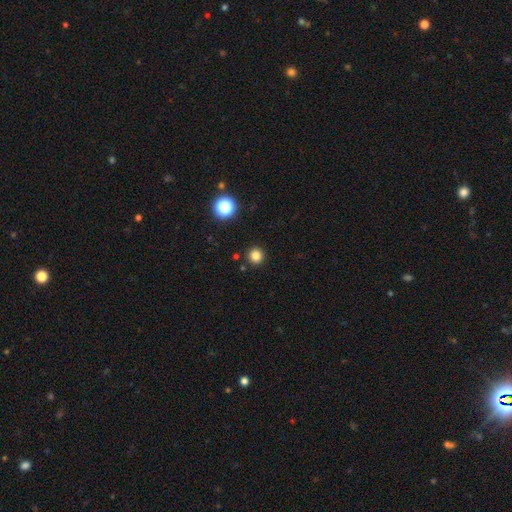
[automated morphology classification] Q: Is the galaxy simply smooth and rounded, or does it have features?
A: smooth — 82%.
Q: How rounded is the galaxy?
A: round — 95%.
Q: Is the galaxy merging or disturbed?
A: none — 91%.